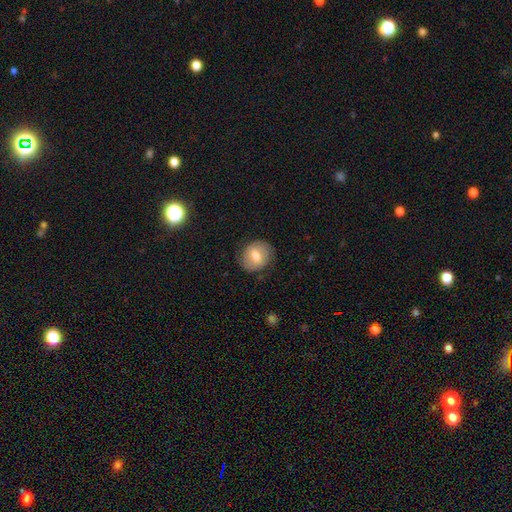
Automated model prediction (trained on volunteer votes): A smooth galaxy with no disk features (65%) that is round (66%). Merging: none (80%).